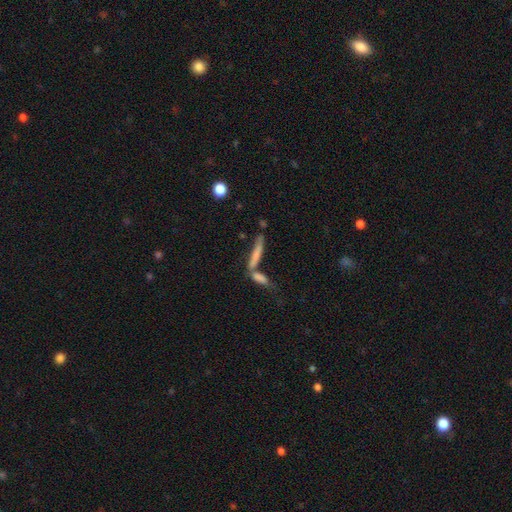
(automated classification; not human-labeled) Smooth or featured: smooth — 60% (featured or disk — 30%)
How rounded: cigar-shaped — 83% (in between — 15%)
Merging: none — 44% (merger — 38%)